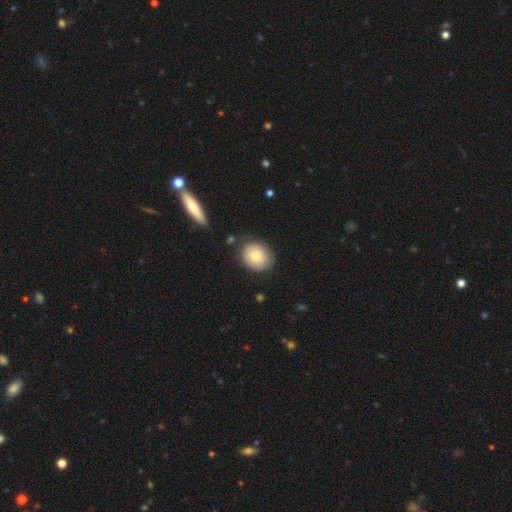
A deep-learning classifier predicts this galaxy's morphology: Smooth or featured?
  - smooth: 76% *
  - featured or disk: 16%
  - star or artifact: 8%
How rounded?
  - round: 54% *
  - in between: 45%
  - cigar-shaped: 1%
Merging?
  - none: 78% *
  - minor disturbance: 16%
  - major disturbance: 4%
  - merger: 3%